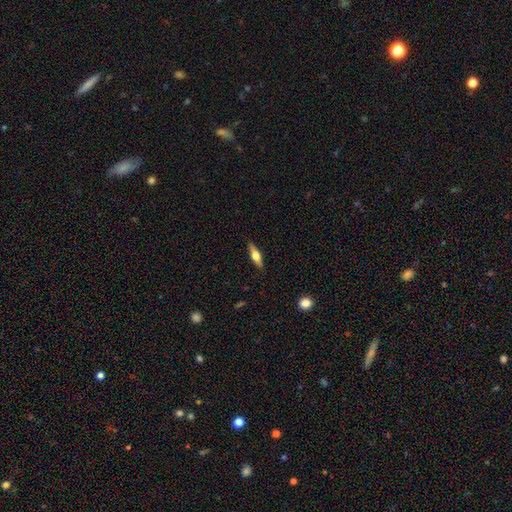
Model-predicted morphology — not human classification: Smooth or featured: featured or disk — 51% (smooth — 43%)
Edge-on disk: yes — 94% (no — 6%)
Merging: none — 87% (minor disturbance — 10%)